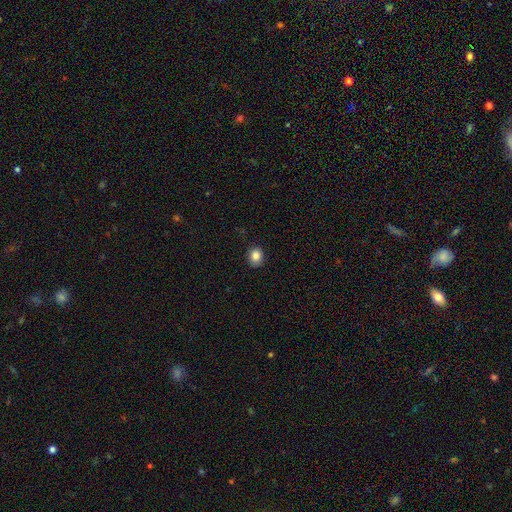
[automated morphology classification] smooth-or-featured: smooth: 84% | star or artifact: 10% | featured or disk: 5%
  how-rounded: round: 67% | in between: 32% | cigar-shaped: 1%
  merging: none: 88% | minor disturbance: 9% | major disturbance: 2% | merger: 1%